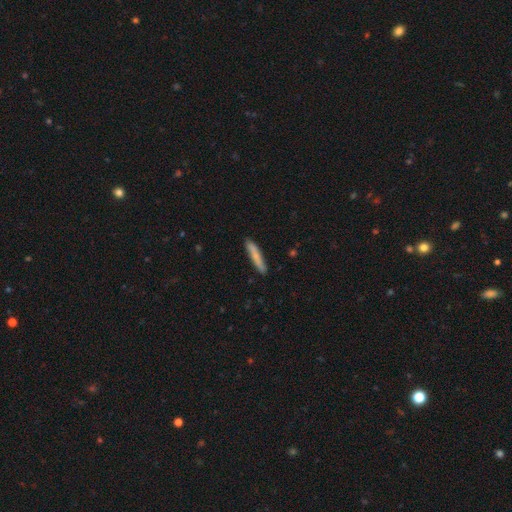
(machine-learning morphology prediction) Smooth or featured?
  - smooth: 71% *
  - featured or disk: 23%
  - star or artifact: 6%
How rounded?
  - cigar-shaped: 94% *
  - in between: 5%
  - round: 1%
Merging?
  - none: 87% *
  - minor disturbance: 10%
  - major disturbance: 2%
  - merger: 1%